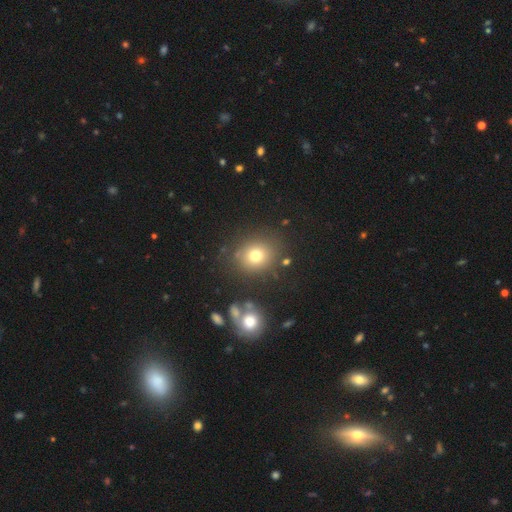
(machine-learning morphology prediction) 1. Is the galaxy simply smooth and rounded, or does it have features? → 74% smooth, 15% star or artifact, 11% featured or disk.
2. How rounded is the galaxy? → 79% round, 20% in between, 1% cigar-shaped.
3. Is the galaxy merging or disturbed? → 80% none, 10% minor disturbance, 5% merger, 5% major disturbance.